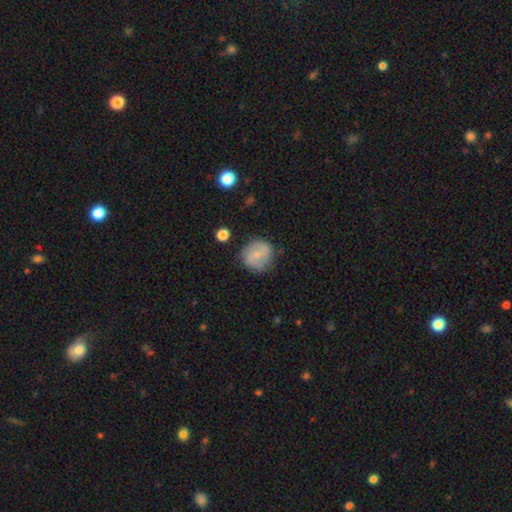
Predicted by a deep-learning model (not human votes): smooth 49%, featured or disk 43%, star or artifact 8%. Down the decision tree: merging — none (77%).